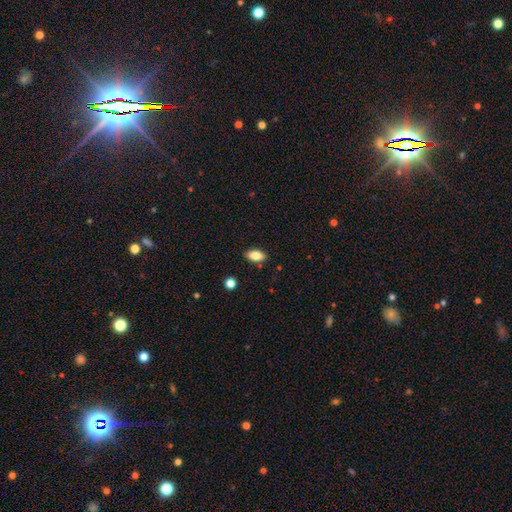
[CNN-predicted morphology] type=smooth (84%); roundness=in between (91%); merging=none (87%).